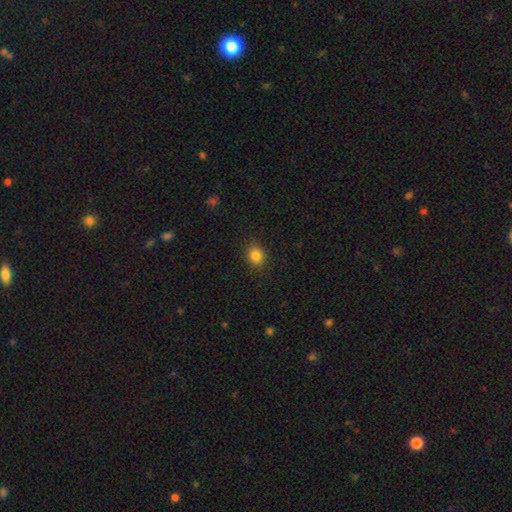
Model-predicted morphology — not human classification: This is clearly a smooth galaxy (84%). How rounded: likely round (69%). Merging: clearly none (89%).